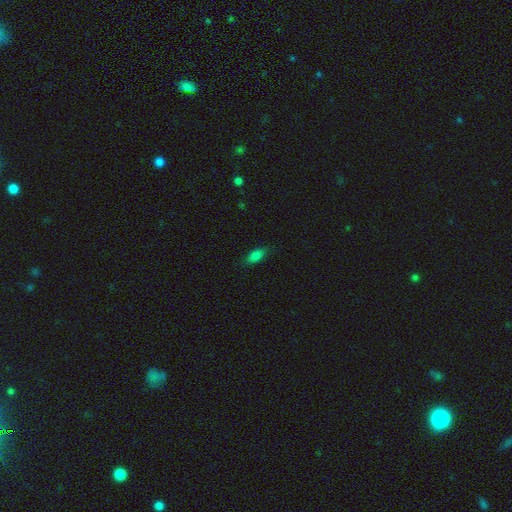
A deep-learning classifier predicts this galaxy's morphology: Smooth or featured?
  - smooth: 79% *
  - star or artifact: 11%
  - featured or disk: 10%
How rounded?
  - in between: 84% *
  - cigar-shaped: 12%
  - round: 4%
Merging?
  - none: 81% *
  - minor disturbance: 15%
  - major disturbance: 3%
  - merger: 1%